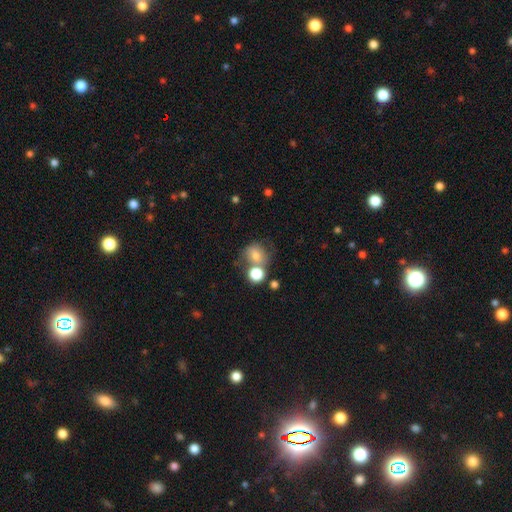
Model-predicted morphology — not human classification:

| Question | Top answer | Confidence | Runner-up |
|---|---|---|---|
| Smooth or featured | smooth | 70% | featured or disk (18%) |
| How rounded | round | 70% | in between (29%) |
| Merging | none | 42% | merger (34%) |